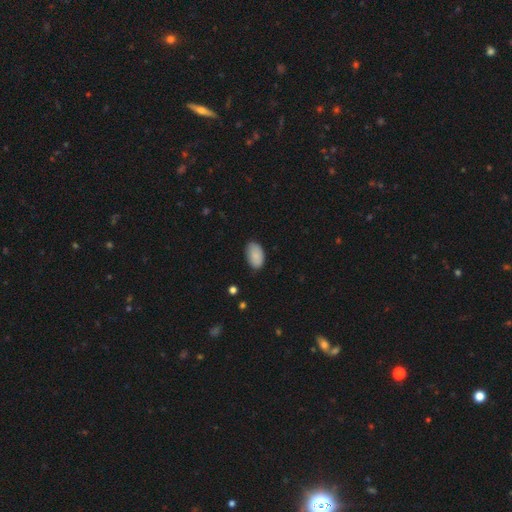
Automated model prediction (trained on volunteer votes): This appears to be a smooth galaxy with no disk features (88%) that is in between round and cigar-shaped (93%). Merging: none (81%).